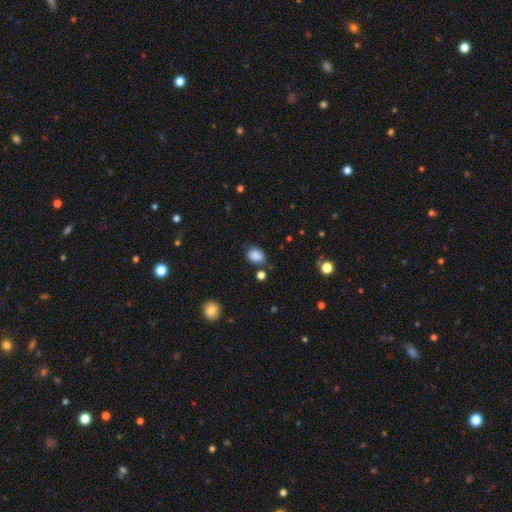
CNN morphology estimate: smooth_or_featured: smooth (p=0.86) [alt: star or artifact p=0.10]
how_rounded: in between (p=0.69) [alt: round p=0.30]
merging: none (p=0.74) [alt: minor disturbance p=0.16]